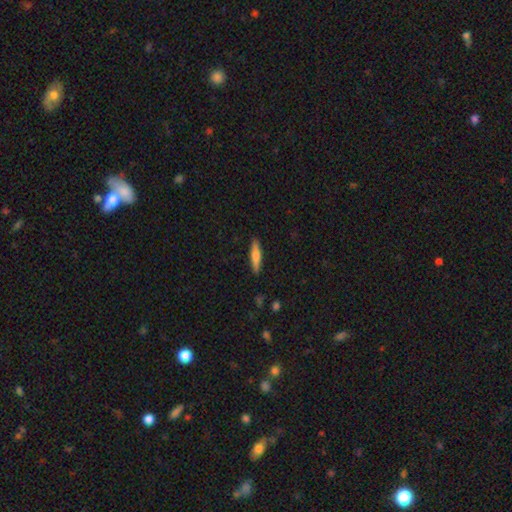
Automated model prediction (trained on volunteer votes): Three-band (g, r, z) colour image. It shows a smooth galaxy with no disk features (65%) that is cigar-shaped (83%). Merging: none (90%).